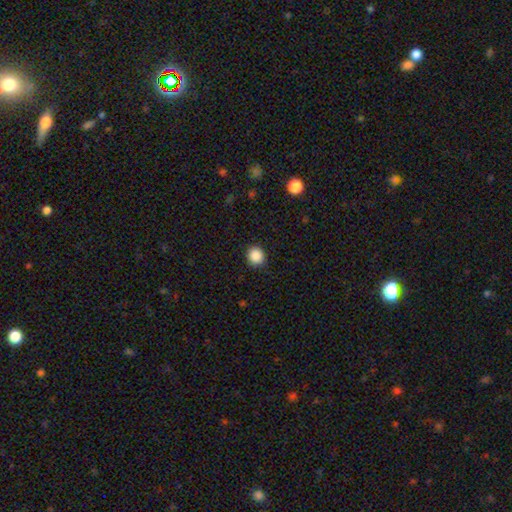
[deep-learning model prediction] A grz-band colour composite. It shows a smooth galaxy with no disk features (88%) that is round (88%). Merging: none (91%).